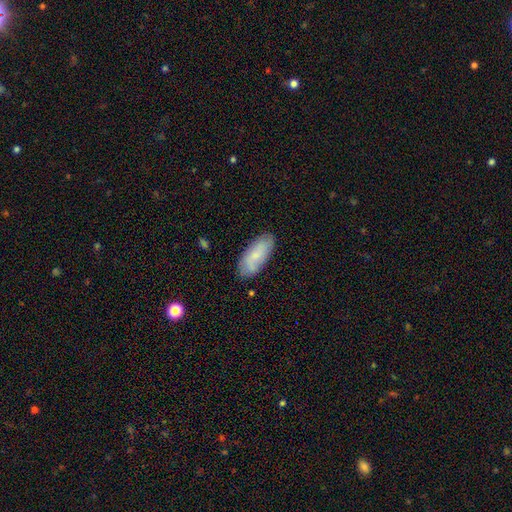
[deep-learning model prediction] smooth_or_featured: smooth (p=0.72) [alt: featured or disk p=0.21]
how_rounded: in between (p=0.83) [alt: cigar-shaped p=0.15]
merging: none (p=0.80) [alt: minor disturbance p=0.15]